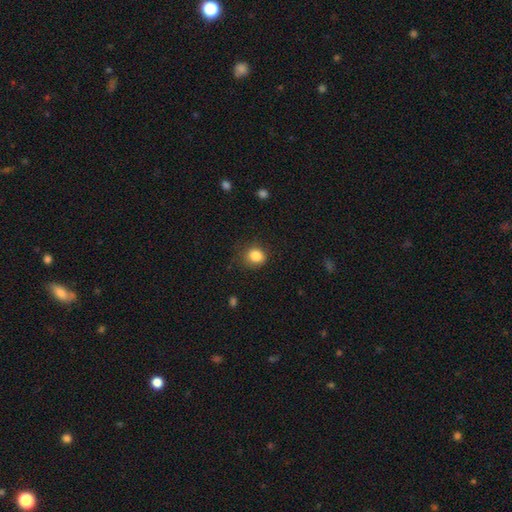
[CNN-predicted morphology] The model was most divided on "how rounded": round: 67%, in between: 33%, cigar-shaped: 1%. More confident: smooth or featured — smooth (85%); merging — none (76%).